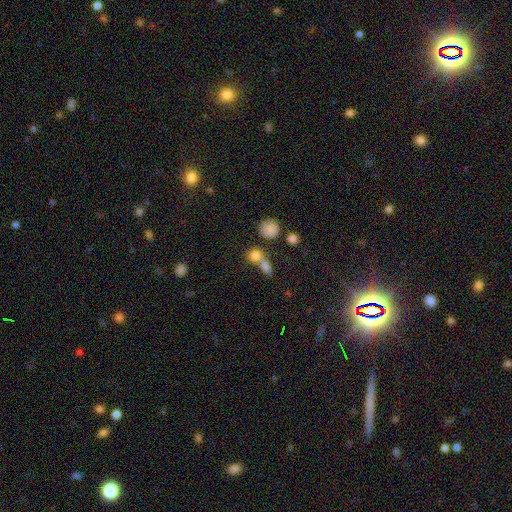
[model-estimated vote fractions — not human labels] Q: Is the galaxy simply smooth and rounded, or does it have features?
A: smooth — 78%.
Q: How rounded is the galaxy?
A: round — 65%.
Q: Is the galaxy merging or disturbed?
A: merger — 50%.